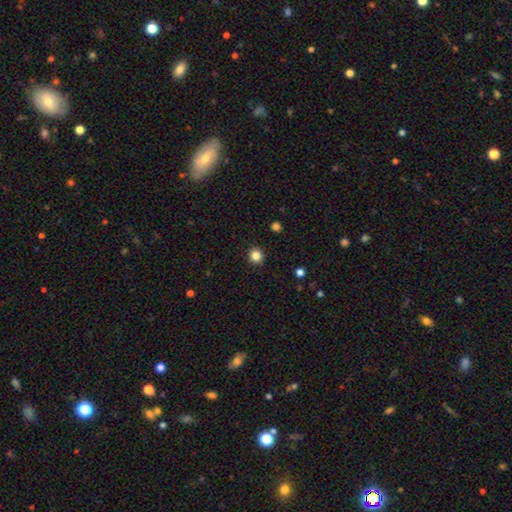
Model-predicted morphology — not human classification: smooth_or_featured: smooth (p=0.84) [alt: star or artifact p=0.12]
how_rounded: round (p=0.88) [alt: in between p=0.12]
merging: none (p=0.92) [alt: minor disturbance p=0.05]